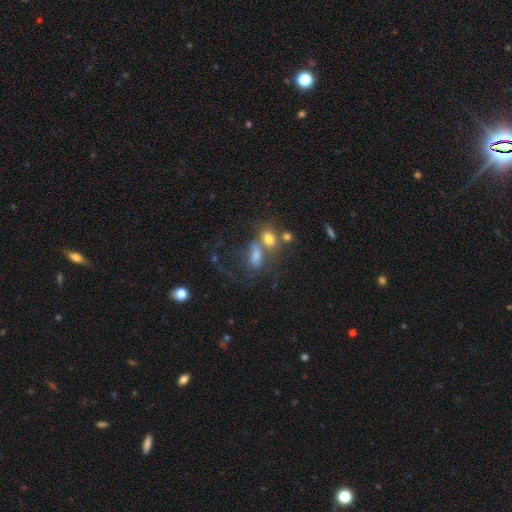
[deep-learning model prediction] Smooth or featured? Predicted: smooth (p=0.62). How rounded? Predicted: in between (p=0.76). Merging? Predicted: merger (p=0.50).